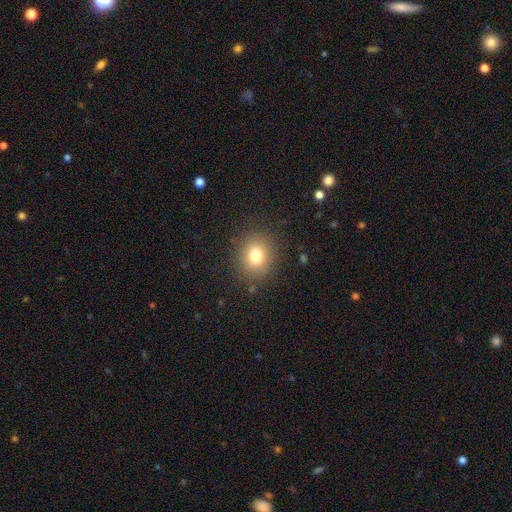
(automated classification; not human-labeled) Q: Smooth or featured?
A: smooth (78%); runner-up: star or artifact (13%)
Q: How rounded?
A: round (76%); runner-up: in between (23%)
Q: Merging?
A: none (87%); runner-up: minor disturbance (8%)